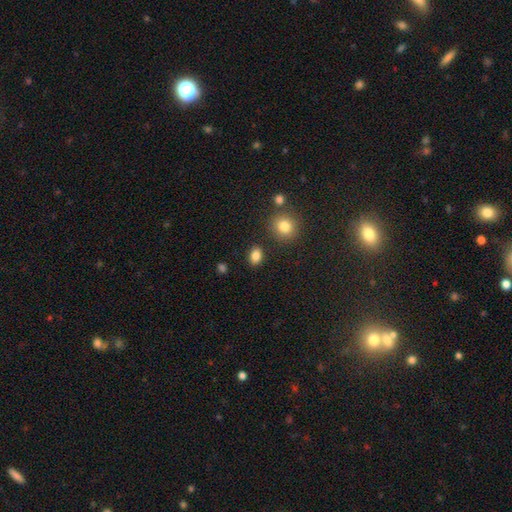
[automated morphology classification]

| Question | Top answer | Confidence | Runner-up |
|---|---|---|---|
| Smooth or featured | smooth | 85% | star or artifact (11%) |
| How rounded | in between | 66% | round (33%) |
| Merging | none | 85% | minor disturbance (9%) |